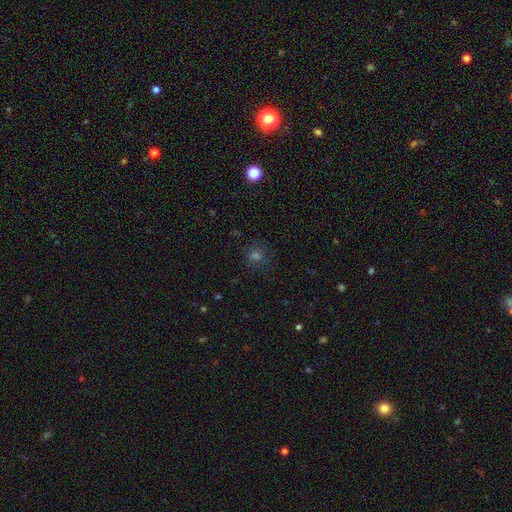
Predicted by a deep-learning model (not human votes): Smooth or featured? Predicted: smooth (p=0.60). How rounded? Predicted: round (p=0.90). Merging? Predicted: none (p=0.84).